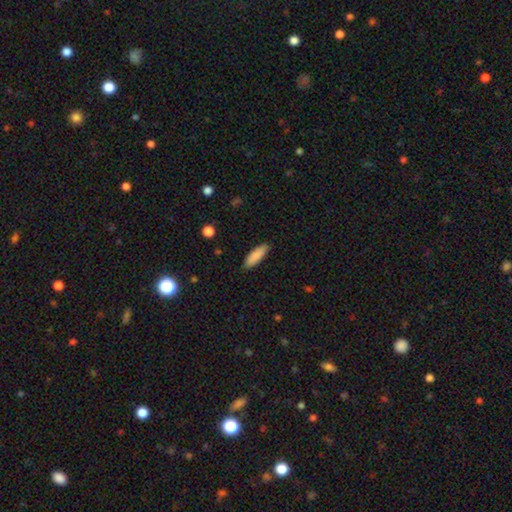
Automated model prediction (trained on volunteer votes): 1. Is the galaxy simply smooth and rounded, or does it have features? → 88% smooth, 6% star or artifact, 6% featured or disk.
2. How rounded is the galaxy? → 50% in between, 49% cigar-shaped, 2% round.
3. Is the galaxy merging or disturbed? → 87% none, 10% minor disturbance, 2% major disturbance, 1% merger.